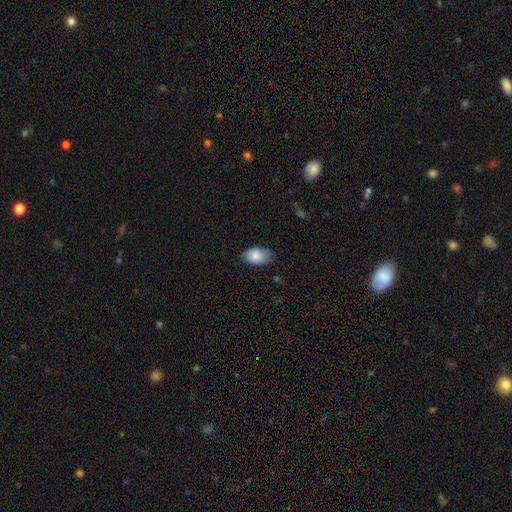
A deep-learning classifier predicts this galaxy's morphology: smooth_or_featured: smooth (p=0.85) [alt: featured or disk p=0.09]
how_rounded: in between (p=0.90) [alt: round p=0.09]
merging: none (p=0.67) [alt: minor disturbance p=0.27]